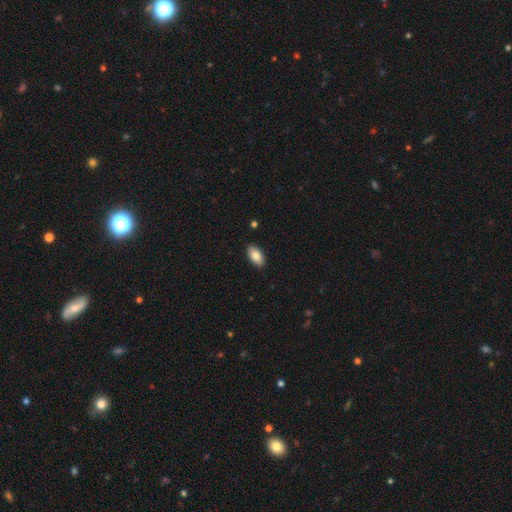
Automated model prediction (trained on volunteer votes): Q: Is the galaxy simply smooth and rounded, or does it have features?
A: smooth — 83%.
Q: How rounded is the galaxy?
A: in between — 94%.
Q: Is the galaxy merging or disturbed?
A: none — 89%.